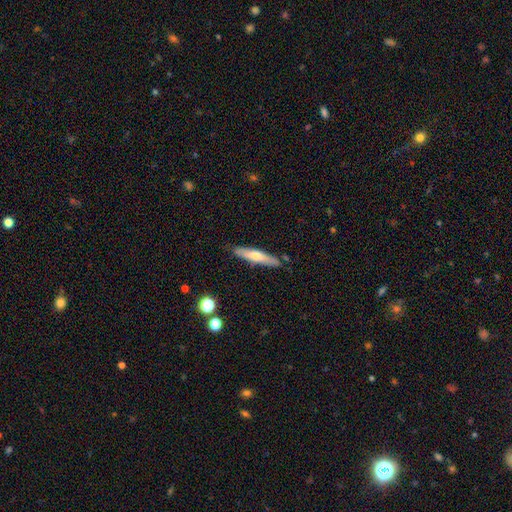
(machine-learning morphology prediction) Overall: smooth (51%; featured or disk 42%). How rounded: cigar-shaped (86%). Merging: none (86%).